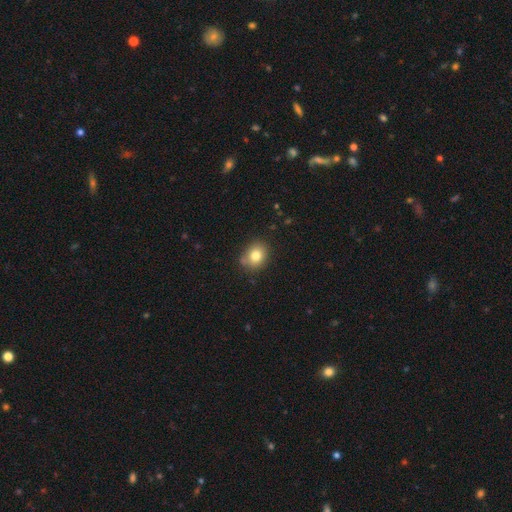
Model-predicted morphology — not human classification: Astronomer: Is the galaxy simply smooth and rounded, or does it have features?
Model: smooth — 80%.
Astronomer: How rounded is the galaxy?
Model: round — 63%.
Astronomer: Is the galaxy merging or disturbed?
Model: none — 77%.